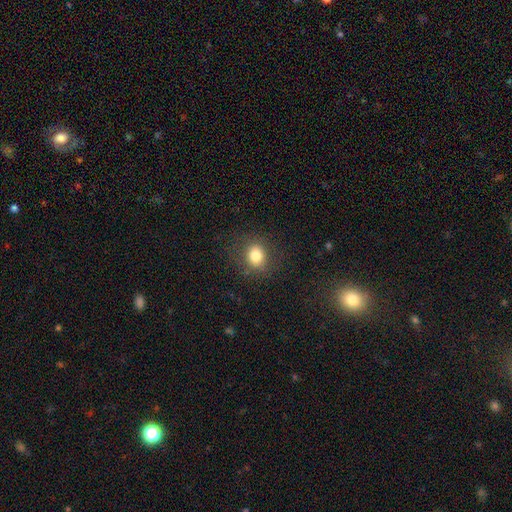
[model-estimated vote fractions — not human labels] Smooth or featured: smooth — 81% (star or artifact — 11%)
How rounded: round — 67% (in between — 32%)
Merging: none — 84% (minor disturbance — 11%)